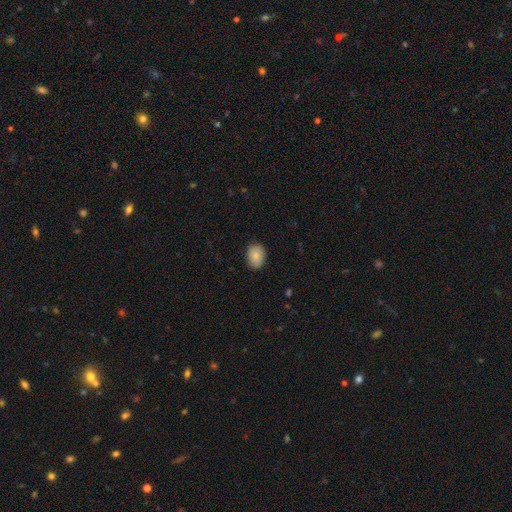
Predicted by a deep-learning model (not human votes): Smooth or featured? Predicted: smooth (p=0.84). How rounded? Predicted: in between (p=0.67). Merging? Predicted: none (p=0.84).